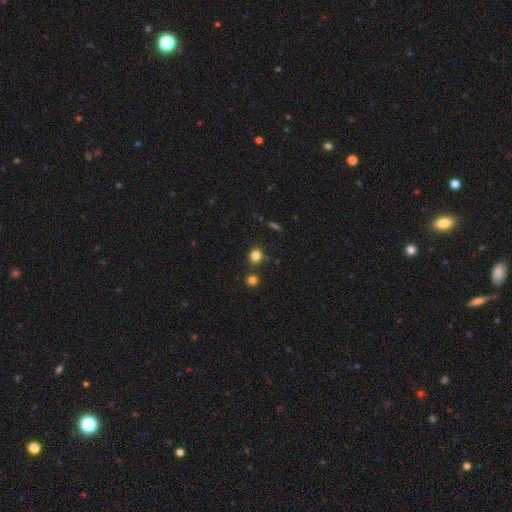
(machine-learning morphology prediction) This appears to be a smooth galaxy with no disk features (81%) that is round (84%). Merging: none (80%).